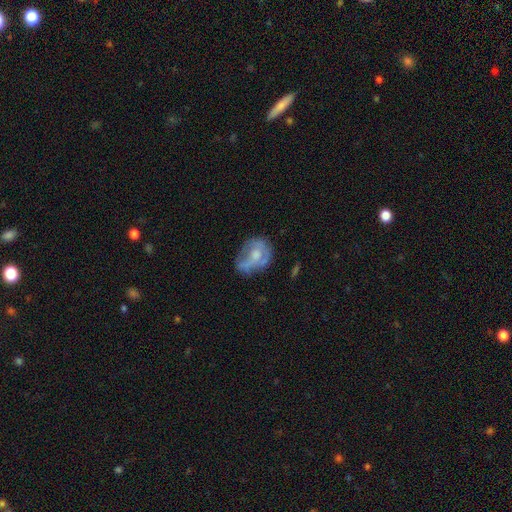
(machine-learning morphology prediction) Smooth or featured?
  - featured or disk: 49% *
  - smooth: 42%
  - star or artifact: 9%
Merging?
  - none: 43% *
  - minor disturbance: 30%
  - major disturbance: 23%
  - merger: 4%